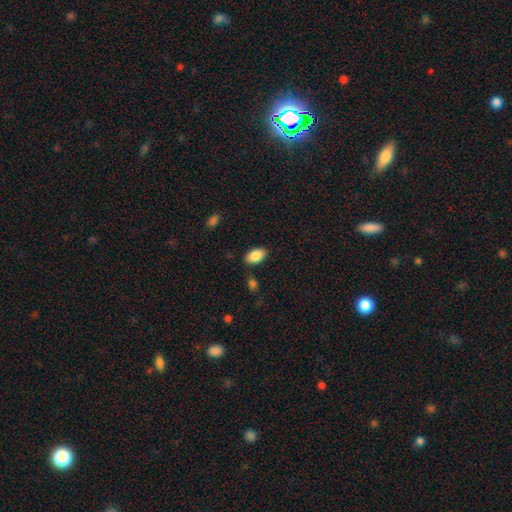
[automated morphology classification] A smooth galaxy with no disk features (88%) that is in between round and cigar-shaped (94%). Merging: none (84%).